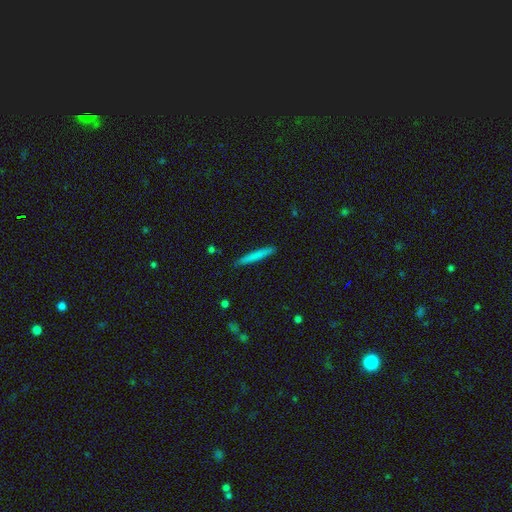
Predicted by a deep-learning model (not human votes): Smooth or featured: smooth — 74% (featured or disk — 20%)
How rounded: cigar-shaped — 96% (in between — 3%)
Merging: none — 89% (minor disturbance — 8%)